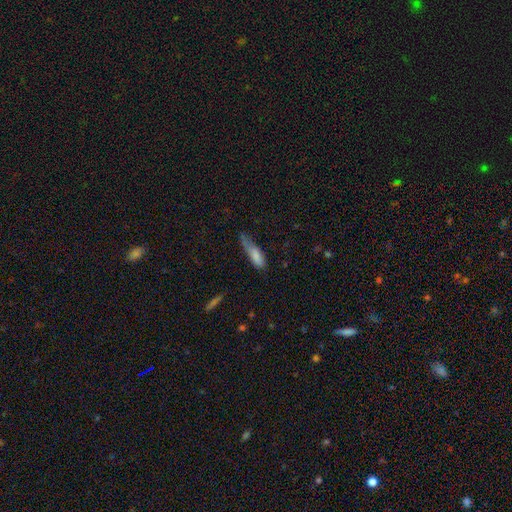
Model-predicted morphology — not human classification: A smooth galaxy with no disk features (78%) that is cigar-shaped (52%). Merging: minor disturbance (42%).